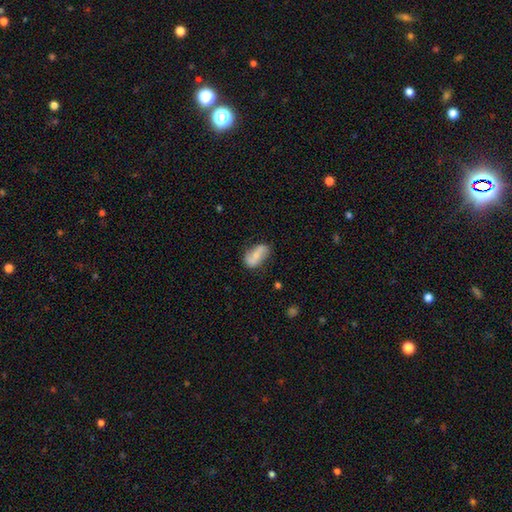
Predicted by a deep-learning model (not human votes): smooth-or-featured: smooth: 50% | featured or disk: 42% | star or artifact: 8%
  how-rounded: in between: 88% | round: 6% | cigar-shaped: 6%
  merging: none: 65% | minor disturbance: 23% | major disturbance: 7% | merger: 4%